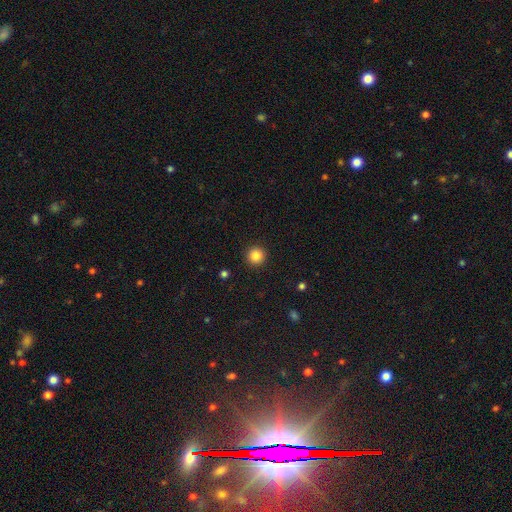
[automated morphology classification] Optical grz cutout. It shows a smooth galaxy with no disk features (85%) that is round (96%). Merging: none (93%).